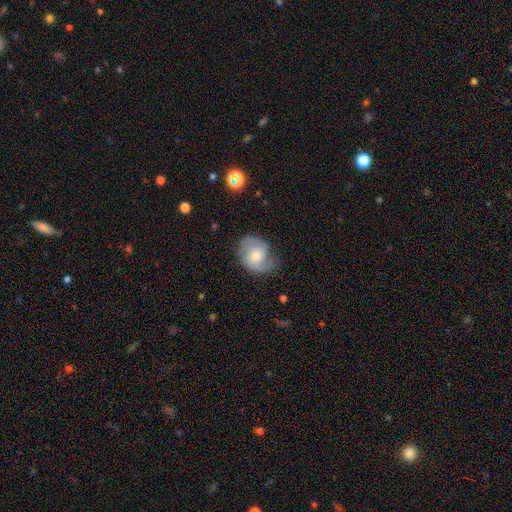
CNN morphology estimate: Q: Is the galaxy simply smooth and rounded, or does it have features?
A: featured or disk — 64%.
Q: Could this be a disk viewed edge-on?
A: no — 97%.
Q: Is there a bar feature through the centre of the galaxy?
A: no — 70%.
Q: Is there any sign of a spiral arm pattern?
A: yes — 86%.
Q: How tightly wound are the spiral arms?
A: medium — 43%.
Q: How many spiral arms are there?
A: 2 — 67%.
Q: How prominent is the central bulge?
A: moderate — 52%.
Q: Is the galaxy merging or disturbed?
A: none — 53%.